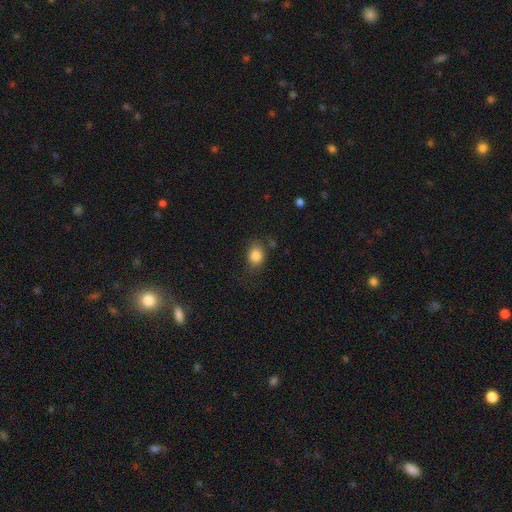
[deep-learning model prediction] Overall: smooth (84%). How rounded: in between (53%; round 46%). Merging: none (71%).